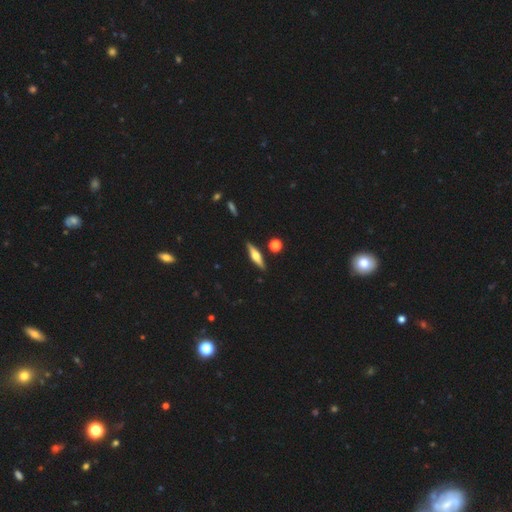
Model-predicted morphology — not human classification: Smooth or featured: featured or disk — 60% (smooth — 33%)
Edge-on disk: yes — 95% (no — 5%)
Edge-on bulge: rounded — 90% (boxy — 7%)
Merging: none — 87% (minor disturbance — 8%)